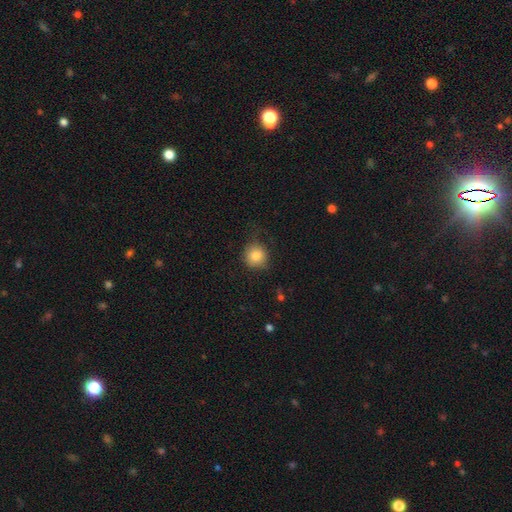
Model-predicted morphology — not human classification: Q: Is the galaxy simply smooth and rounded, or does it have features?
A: smooth — 83%.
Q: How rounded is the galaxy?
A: round — 91%.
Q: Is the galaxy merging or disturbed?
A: none — 70%.